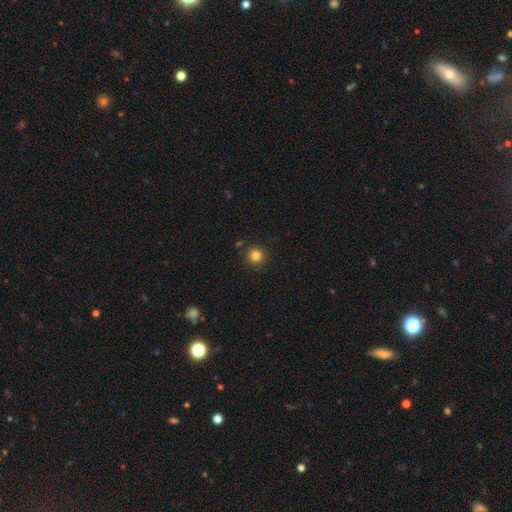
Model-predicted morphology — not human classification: This is clearly a smooth galaxy (83%). How rounded: clearly round (94%). Merging: clearly none (88%).